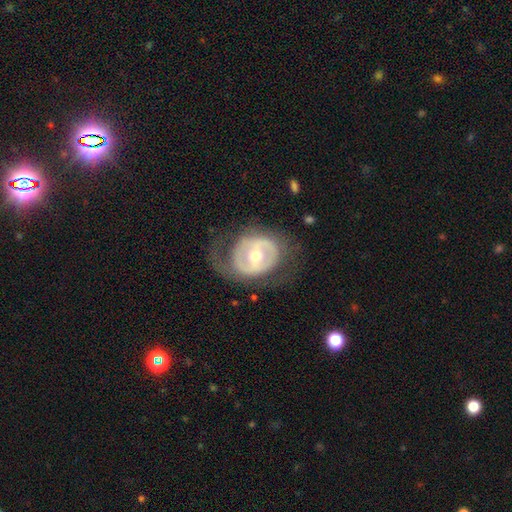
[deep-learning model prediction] This appears to be a featured or disk galaxy (72%) with no bar (36%, tied with weak), no spiral arms (56%) and a moderate central bulge (62%). Merging: none (58%).